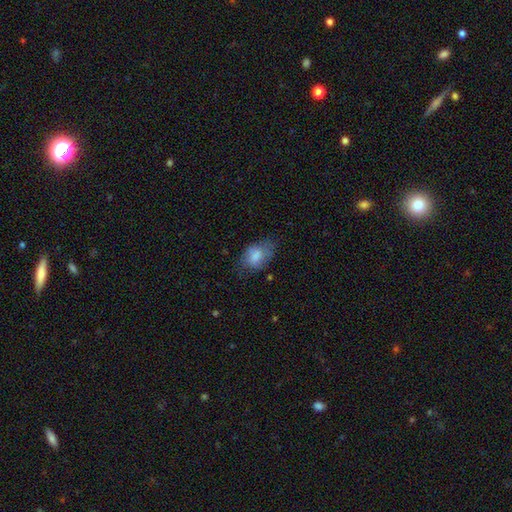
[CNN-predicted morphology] Smooth or featured: smooth — 77% (featured or disk — 15%)
How rounded: in between — 85% (round — 14%)
Merging: none — 54% (minor disturbance — 31%)